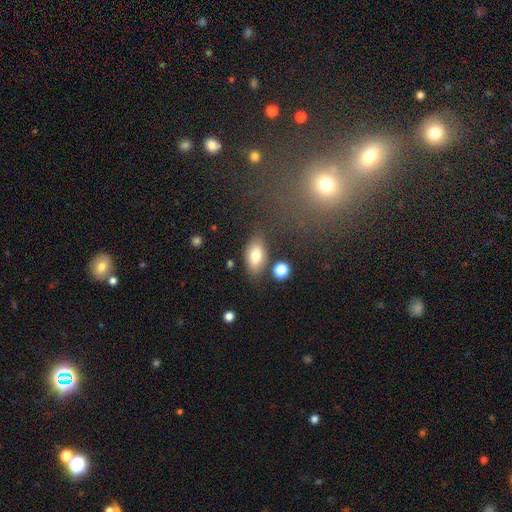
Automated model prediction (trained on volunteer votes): Smooth or featured?
  - smooth: 77% *
  - featured or disk: 15%
  - star or artifact: 8%
How rounded?
  - in between: 90% *
  - round: 6%
  - cigar-shaped: 4%
Merging?
  - none: 75% *
  - minor disturbance: 14%
  - merger: 7%
  - major disturbance: 4%